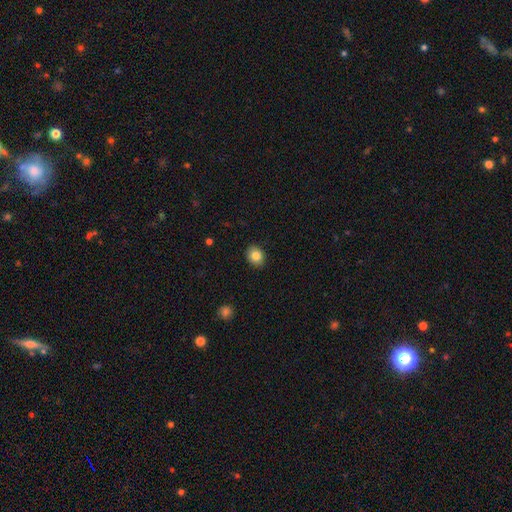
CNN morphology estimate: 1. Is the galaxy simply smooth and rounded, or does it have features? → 83% smooth, 9% star or artifact, 8% featured or disk.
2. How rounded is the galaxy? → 54% round, 45% in between, 1% cigar-shaped.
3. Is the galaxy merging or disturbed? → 90% none, 7% minor disturbance, 2% major disturbance, 1% merger.